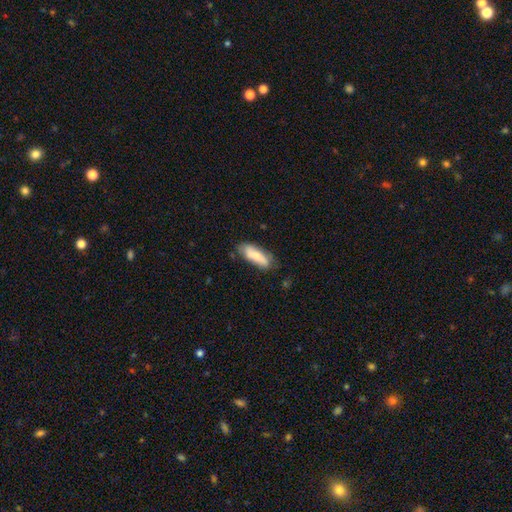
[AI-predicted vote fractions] smooth_or_featured: smooth (p=0.75) [alt: featured or disk p=0.19]
how_rounded: in between (p=0.58) [alt: cigar-shaped p=0.40]
merging: none (p=0.73) [alt: minor disturbance p=0.21]